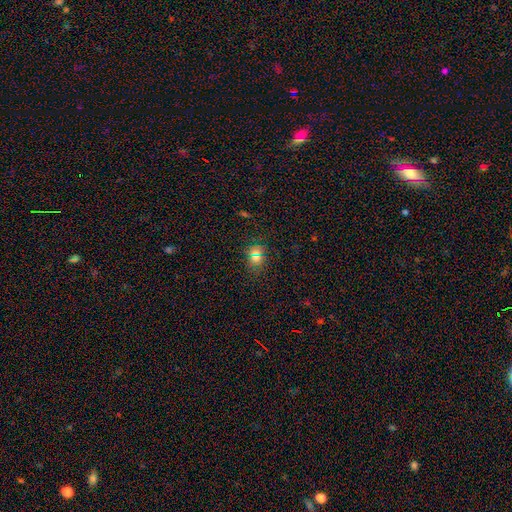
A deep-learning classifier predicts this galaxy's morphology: A smooth galaxy with no disk features (61%) that is round (63%).

Vote fractions:
- Smooth or featured? smooth: 61% / star or artifact: 30% / featured or disk: 9%
- How rounded? round: 63% / in between: 35% / cigar-shaped: 2%
- Merging? none: 83% / minor disturbance: 10% / major disturbance: 4% / merger: 3%